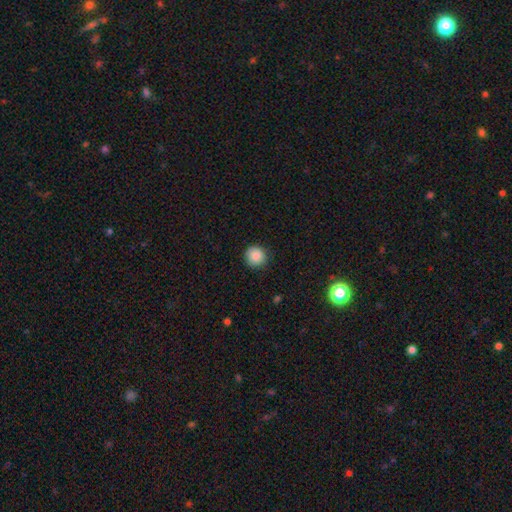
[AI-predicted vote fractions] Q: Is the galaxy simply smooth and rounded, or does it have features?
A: smooth — 86%.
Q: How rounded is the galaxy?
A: round — 94%.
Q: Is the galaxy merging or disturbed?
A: none — 88%.